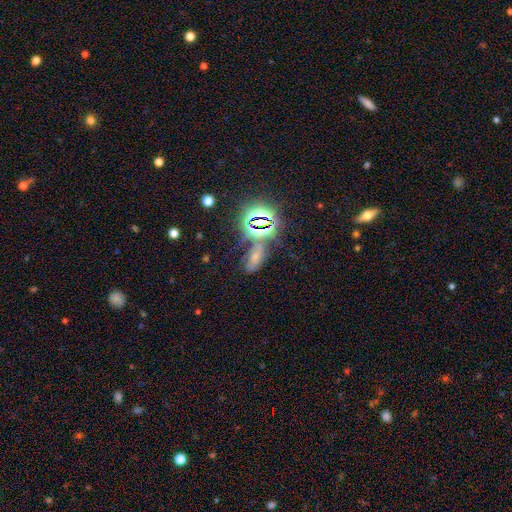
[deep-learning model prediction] Smooth or featured?
  - star or artifact: 44% *
  - smooth: 37%
  - featured or disk: 19%